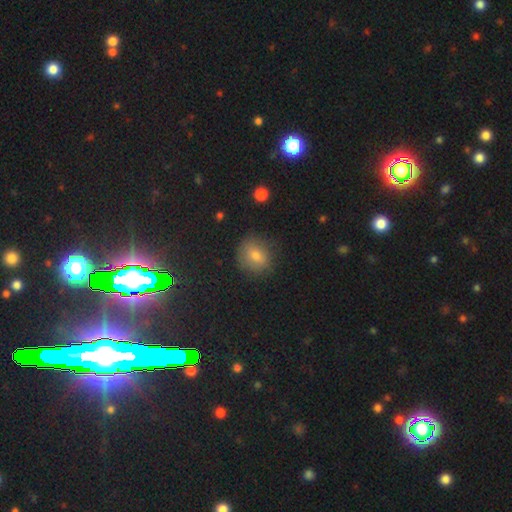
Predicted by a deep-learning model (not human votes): smooth_or_featured: smooth (p=0.68) [alt: star or artifact p=0.19]
how_rounded: round (p=0.68) [alt: in between p=0.30]
merging: none (p=0.79) [alt: minor disturbance p=0.15]